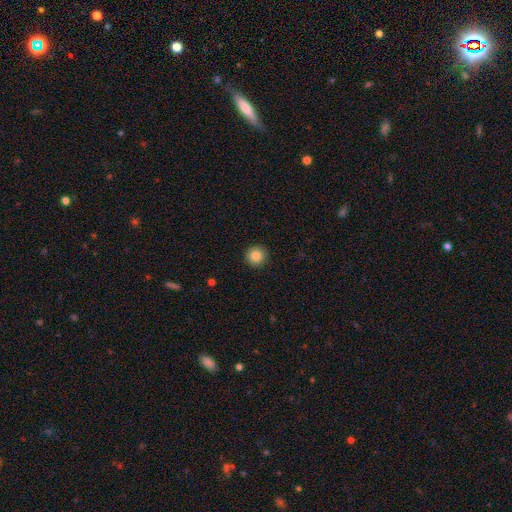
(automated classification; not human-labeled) smooth-or-featured: smooth: 85% | star or artifact: 10% | featured or disk: 5%
  how-rounded: round: 96% | in between: 3% | cigar-shaped: 1%
  merging: none: 93% | minor disturbance: 4% | major disturbance: 2% | merger: 1%